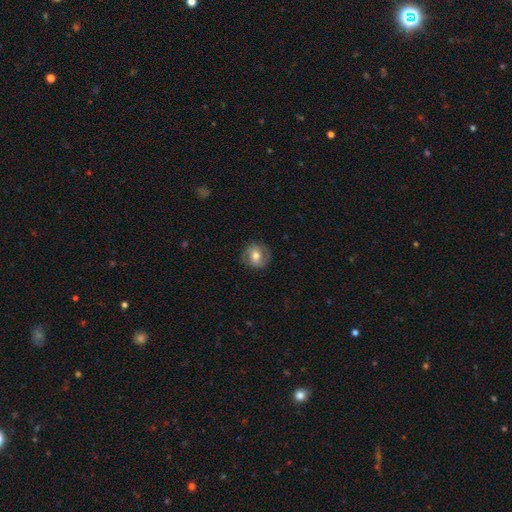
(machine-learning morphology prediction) Smooth or featured?
  - featured or disk: 48% *
  - smooth: 44%
  - star or artifact: 8%
Merging?
  - none: 81% *
  - minor disturbance: 13%
  - major disturbance: 5%
  - merger: 1%